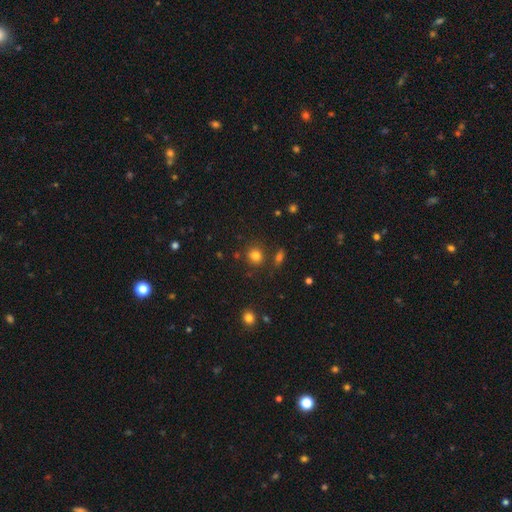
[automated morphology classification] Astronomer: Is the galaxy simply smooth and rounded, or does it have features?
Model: smooth — 80%.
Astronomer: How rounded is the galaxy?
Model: round — 82%.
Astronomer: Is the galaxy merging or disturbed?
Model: none — 80%.